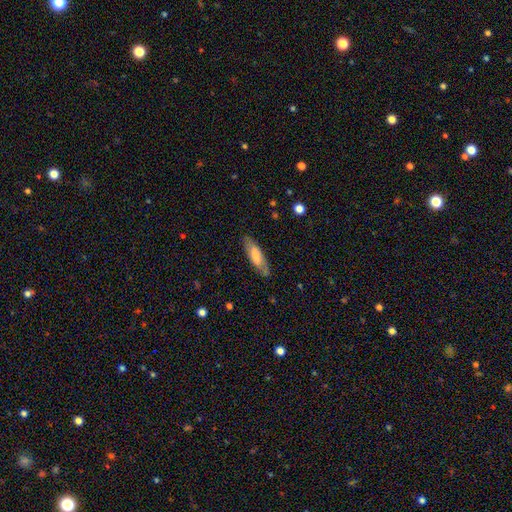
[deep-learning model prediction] Overall: smooth (63%; featured or disk 31%). How rounded: in between (51%; cigar-shaped 47%). Merging: none (80%).